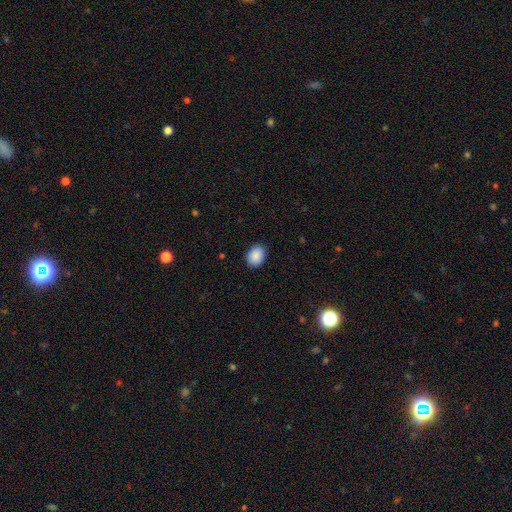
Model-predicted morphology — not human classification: A smooth galaxy with no disk features (89%) that is in between round and cigar-shaped (62%).

Vote fractions:
- Smooth or featured? smooth: 89% / star or artifact: 7% / featured or disk: 3%
- How rounded? in between: 62% / round: 37% / cigar-shaped: 1%
- Merging? none: 87% / minor disturbance: 10% / major disturbance: 2% / merger: 1%